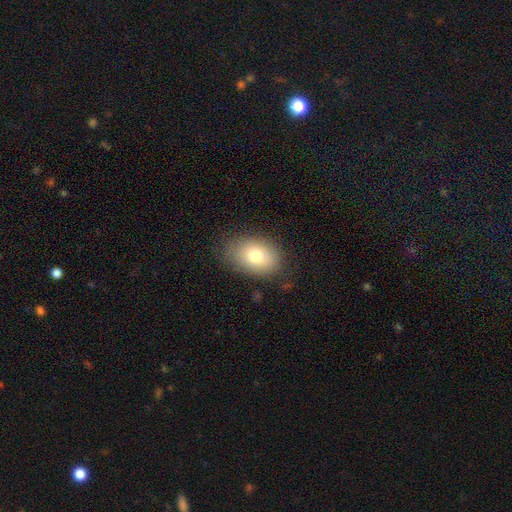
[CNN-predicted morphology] type=smooth (78%); roundness=in between (82%); merging=none (80%).